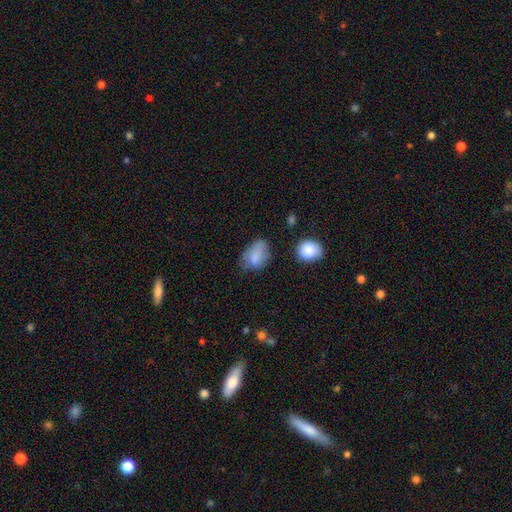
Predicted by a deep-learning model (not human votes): Q: Smooth or featured?
A: smooth (79%); runner-up: featured or disk (12%)
Q: How rounded?
A: in between (83%); runner-up: round (15%)
Q: Merging?
A: none (46%); runner-up: minor disturbance (36%)